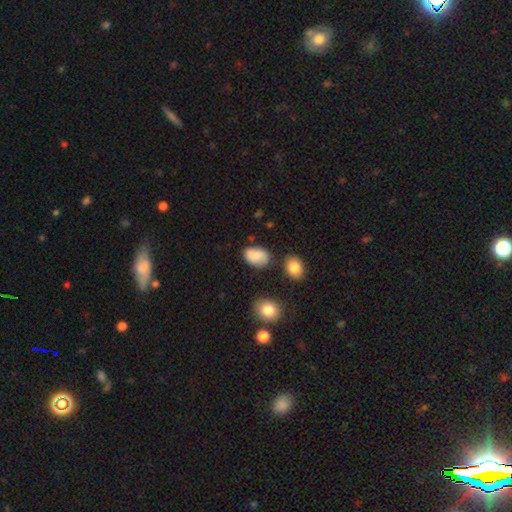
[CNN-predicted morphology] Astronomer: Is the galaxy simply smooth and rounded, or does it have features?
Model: smooth — 79%.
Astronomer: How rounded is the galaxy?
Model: in between — 83%.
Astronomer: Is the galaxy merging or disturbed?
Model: none — 73%.